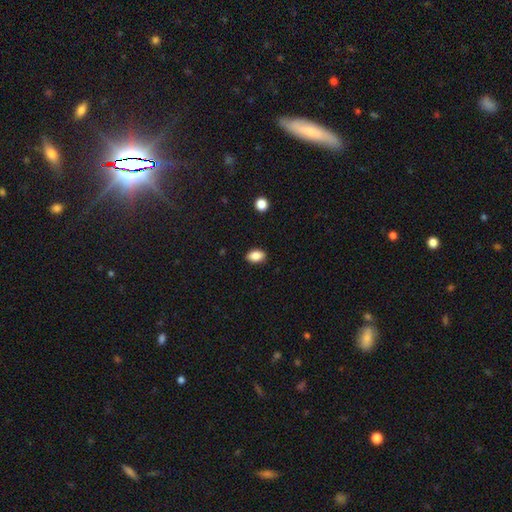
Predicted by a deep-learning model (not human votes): smooth_or_featured: smooth (p=0.87) [alt: star or artifact p=0.08]
how_rounded: in between (p=0.88) [alt: round p=0.11]
merging: none (p=0.88) [alt: minor disturbance p=0.09]